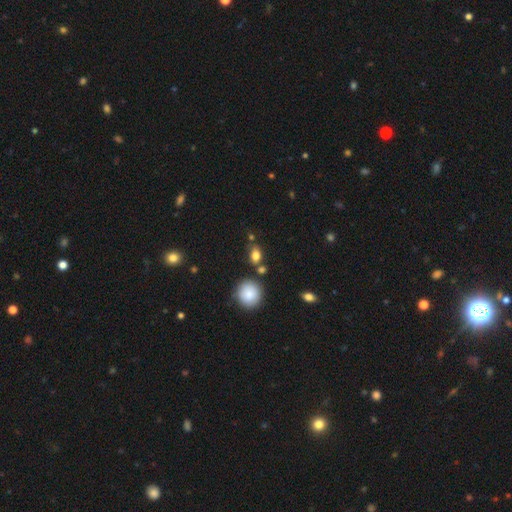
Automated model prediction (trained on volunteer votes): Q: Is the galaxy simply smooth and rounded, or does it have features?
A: smooth — 81%.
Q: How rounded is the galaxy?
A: in between — 67%.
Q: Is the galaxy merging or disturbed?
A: none — 71%.